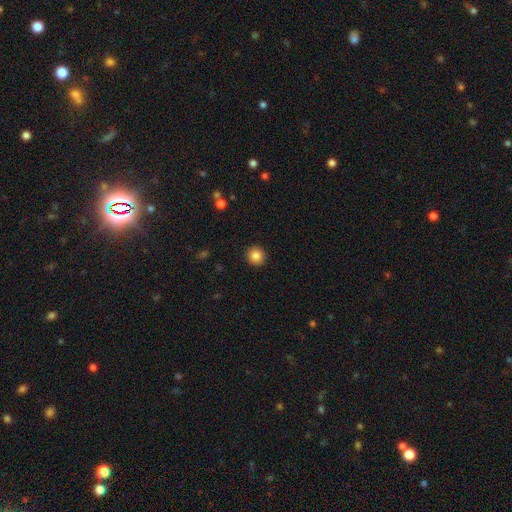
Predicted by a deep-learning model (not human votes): A smooth galaxy with no disk features (85%) that is round (93%).

Vote fractions:
- Smooth or featured? smooth: 85% / star or artifact: 10% / featured or disk: 5%
- How rounded? round: 93% / in between: 6% / cigar-shaped: 1%
- Merging? none: 92% / minor disturbance: 5% / major disturbance: 2% / merger: 1%